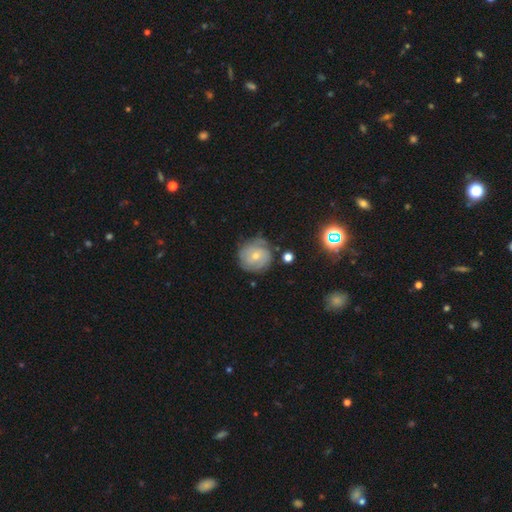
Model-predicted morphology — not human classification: Overall: featured or disk (56%; smooth 36%). Edge-on disk: no (97%). Bar: no (75%). Spiral arms: yes (78%). Bulge size: small (58%; moderate 38%). Merging: none (66%).